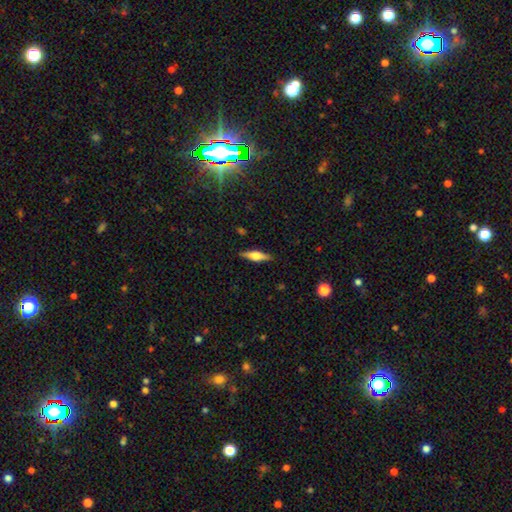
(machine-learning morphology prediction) This appears to be a featured or disk galaxy (61%) viewed edge-on (97%) with a rounded central bulge (87%). Merging: none (89%).